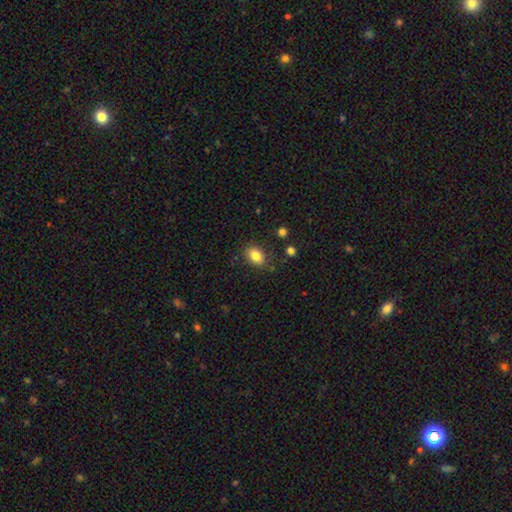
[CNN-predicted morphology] This is clearly a smooth galaxy (84%). How rounded: likely in between (78%). Merging: clearly none (83%).